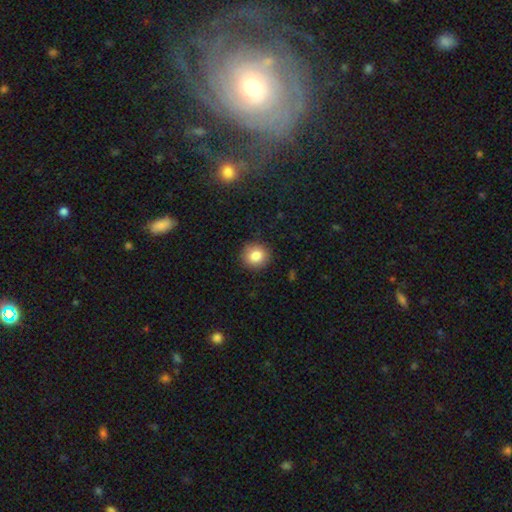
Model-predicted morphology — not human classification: smooth 84%, star or artifact 10%, featured or disk 6%. Down the decision tree: how rounded — round (87%); merging — none (89%).